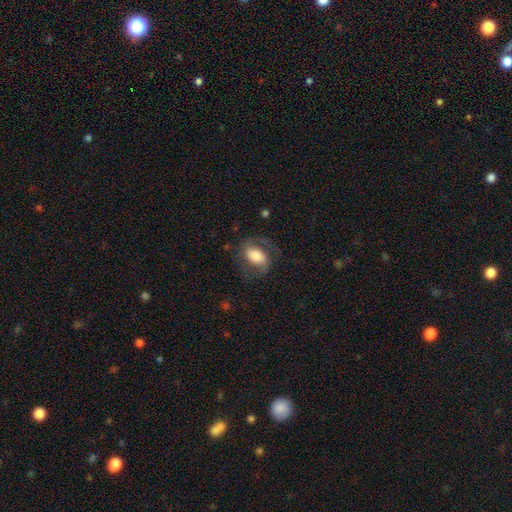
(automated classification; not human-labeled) The model was most divided on "smooth or featured": featured or disk: 52%, smooth: 41%, star or artifact: 7%. More confident: edge-on disk — no (96%); merging — none (64%).